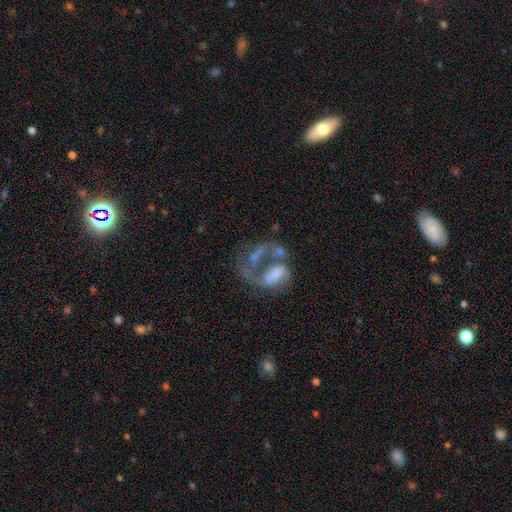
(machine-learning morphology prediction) Overall: featured or disk (65%). Edge-on disk: no (97%). Bar: no (54%; weak 31%). Spiral arms: yes (59%; no 41%). Bulge size: none (37%; moderate 26%). Merging: major disturbance (37%; merger 33%).